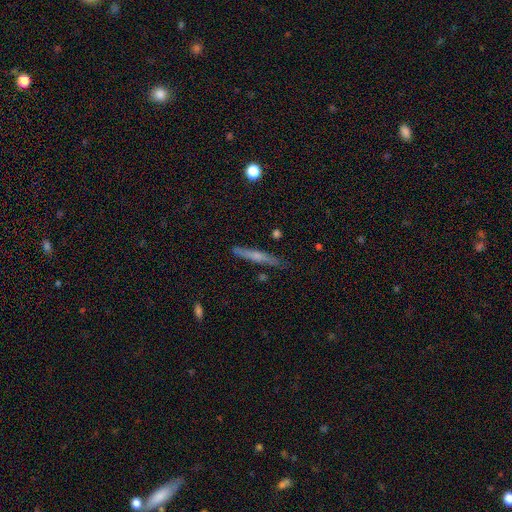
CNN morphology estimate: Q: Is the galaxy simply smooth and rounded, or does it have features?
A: featured or disk — 50%.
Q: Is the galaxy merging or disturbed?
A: none — 83%.